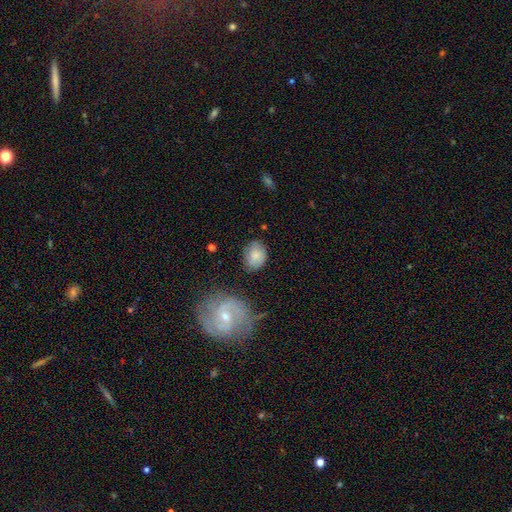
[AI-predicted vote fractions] smooth-or-featured: smooth: 72% | featured or disk: 21% | star or artifact: 8%
  how-rounded: in between: 69% | round: 29% | cigar-shaped: 1%
  merging: none: 66% | minor disturbance: 23% | major disturbance: 7% | merger: 4%